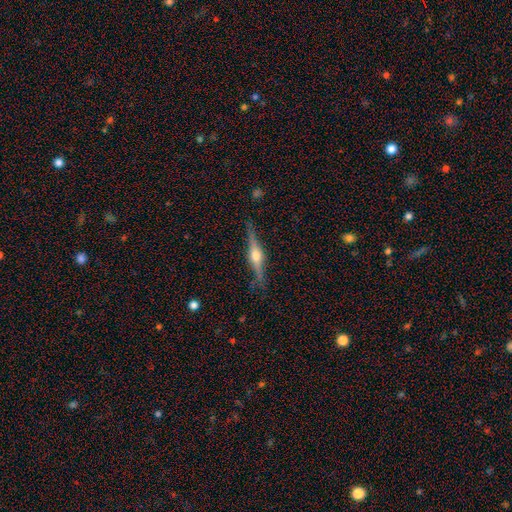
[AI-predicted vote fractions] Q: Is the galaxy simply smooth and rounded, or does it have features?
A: featured or disk — 78%.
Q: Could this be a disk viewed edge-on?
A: yes — 97%.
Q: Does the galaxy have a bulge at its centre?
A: rounded — 92%.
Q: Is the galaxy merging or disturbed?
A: none — 86%.